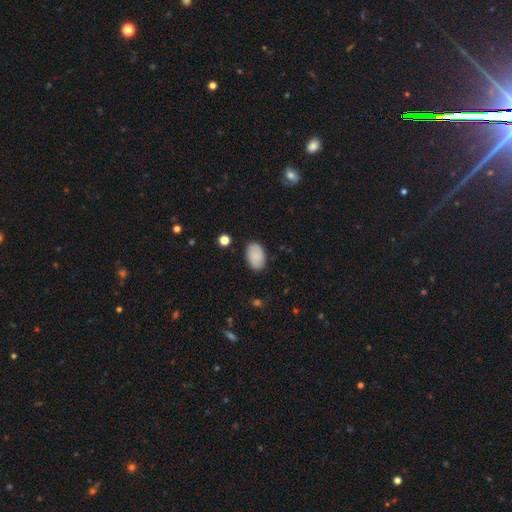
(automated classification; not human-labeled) Smooth or featured: smooth — 85% (featured or disk — 8%)
How rounded: in between — 92% (round — 7%)
Merging: none — 86% (minor disturbance — 10%)